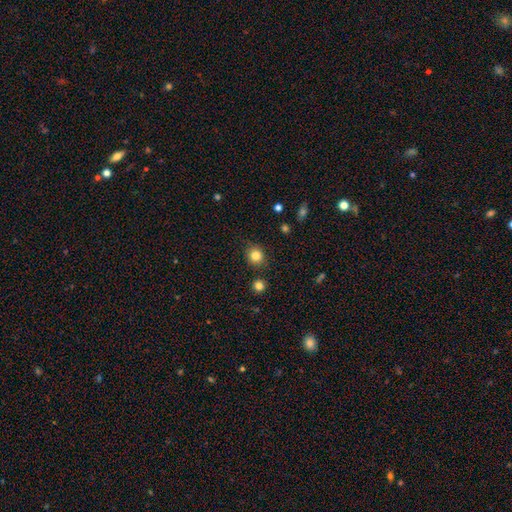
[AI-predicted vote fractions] A smooth galaxy with no disk features (83%) that is round (83%). Merging: none (86%).